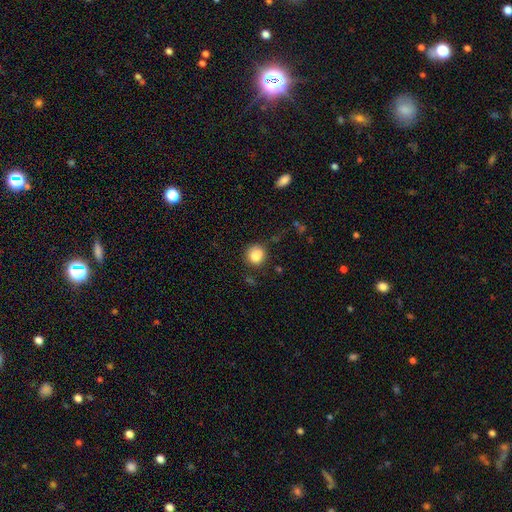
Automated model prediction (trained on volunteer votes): Overall: smooth (84%). How rounded: round (88%). Merging: none (76%).